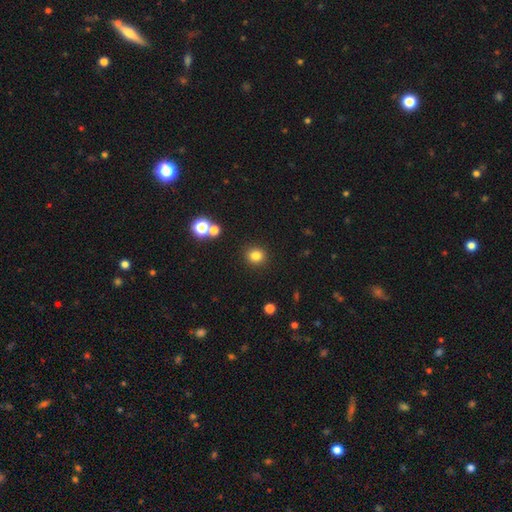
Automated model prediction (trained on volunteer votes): Morphology: type=smooth (82%); roundness=round (85%); merging=none (88%).